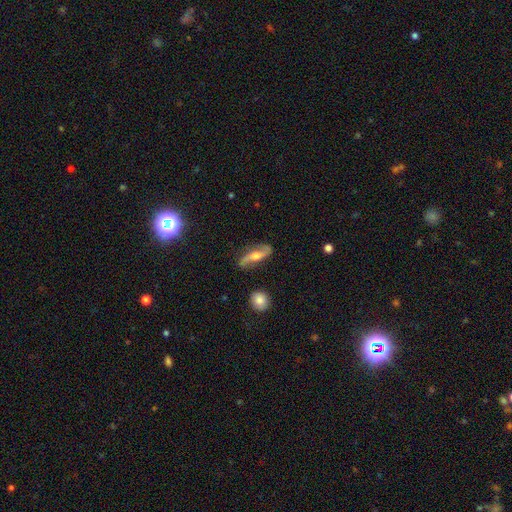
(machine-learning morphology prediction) A featured or disk galaxy (67%) with no bar (44%), spiral arms (89%) and a moderate central bulge (60%).

Vote fractions:
- Smooth or featured? featured or disk: 67% / smooth: 26% / star or artifact: 7%
- Edge-on disk? no: 78% / yes: 22%
- Bar? no: 44% / weak: 34% / strong: 22%
- Spiral arms? yes: 89% / no: 11%
- Bulge size? moderate: 60% / small: 22% / large: 11% / none: 5% / dominant: 2%
- Merging? none: 76% / minor disturbance: 16% / major disturbance: 5% / merger: 3%